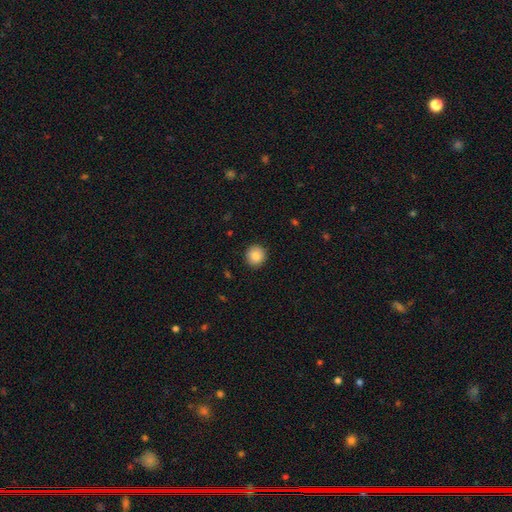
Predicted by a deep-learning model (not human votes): Morphology: type=smooth (85%); roundness=round (92%); merging=none (91%).